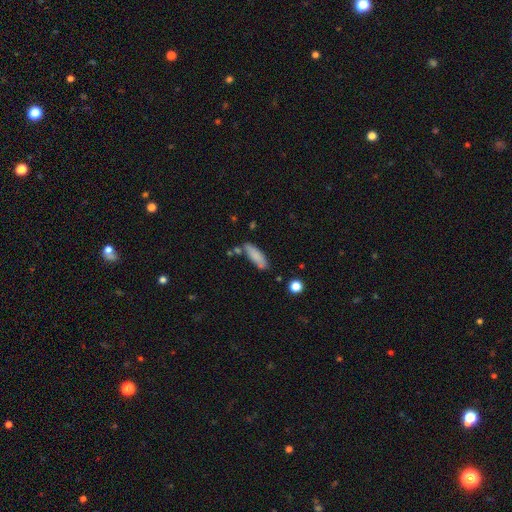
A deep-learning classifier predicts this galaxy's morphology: Smooth or featured?
  - smooth: 83% *
  - featured or disk: 11%
  - star or artifact: 7%
How rounded?
  - in between: 52% *
  - cigar-shaped: 46%
  - round: 2%
Merging?
  - none: 71% *
  - minor disturbance: 18%
  - merger: 7%
  - major disturbance: 4%